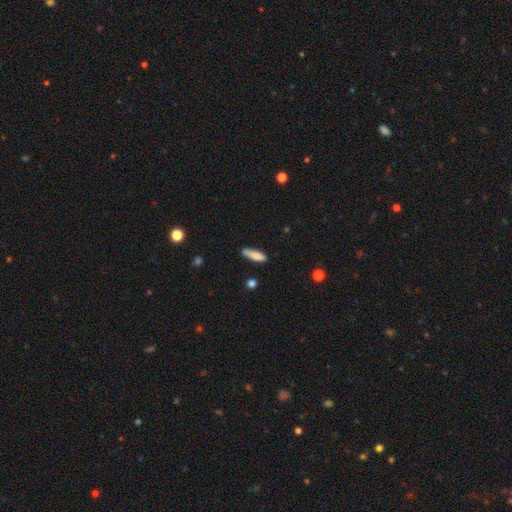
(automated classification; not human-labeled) Q: Smooth or featured?
A: smooth (83%); runner-up: featured or disk (11%)
Q: How rounded?
A: cigar-shaped (60%); runner-up: in between (39%)
Q: Merging?
A: none (71%); runner-up: minor disturbance (22%)